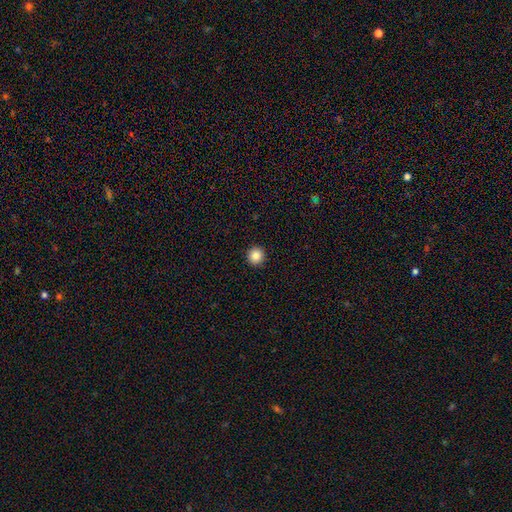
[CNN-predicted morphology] smooth_or_featured: smooth (p=0.86) [alt: star or artifact p=0.10]
how_rounded: round (p=0.94) [alt: in between p=0.05]
merging: none (p=0.94) [alt: minor disturbance p=0.04]